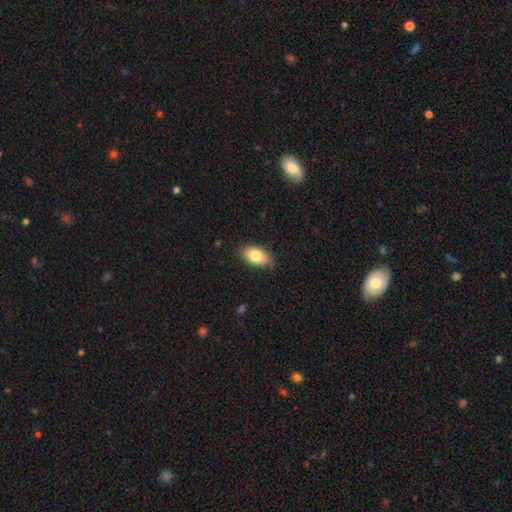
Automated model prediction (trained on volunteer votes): Overall: smooth (80%). How rounded: in between (91%). Merging: none (75%).